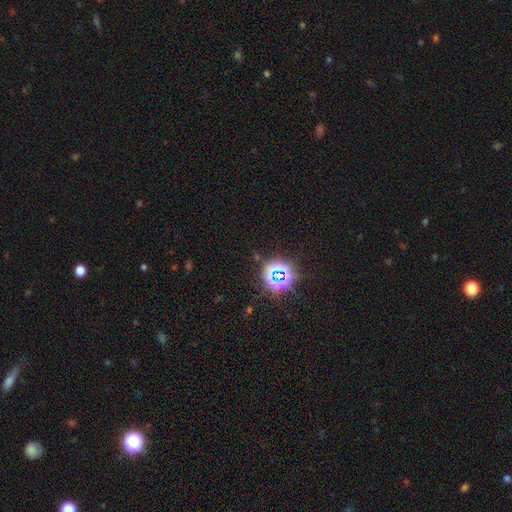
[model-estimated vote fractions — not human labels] Overall: star or artifact (72%).